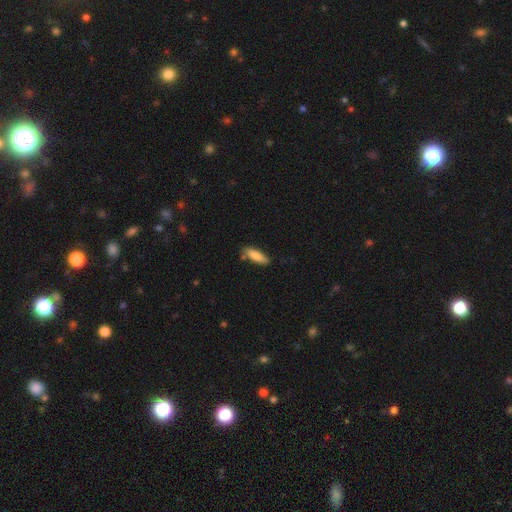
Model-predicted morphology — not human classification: This appears to be a smooth galaxy with no disk features (83%) that is in between round and cigar-shaped (53%). Merging: none (75%).